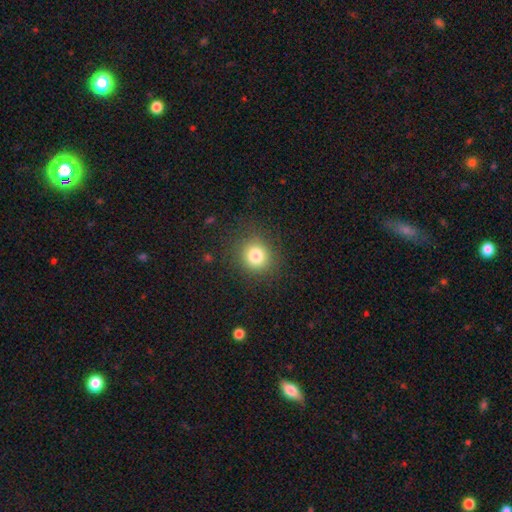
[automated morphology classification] Smooth or featured? Predicted: smooth (p=0.81). How rounded? Predicted: round (p=0.88). Merging? Predicted: none (p=0.87).